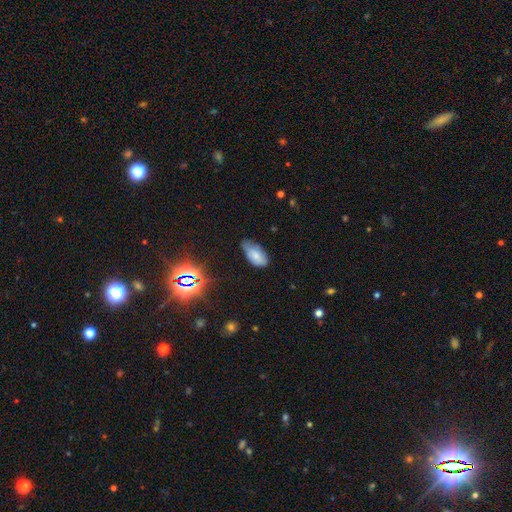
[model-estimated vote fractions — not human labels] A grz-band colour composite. It shows a smooth galaxy with no disk features (71%) that is in between round and cigar-shaped (93%). Merging: none (48%).